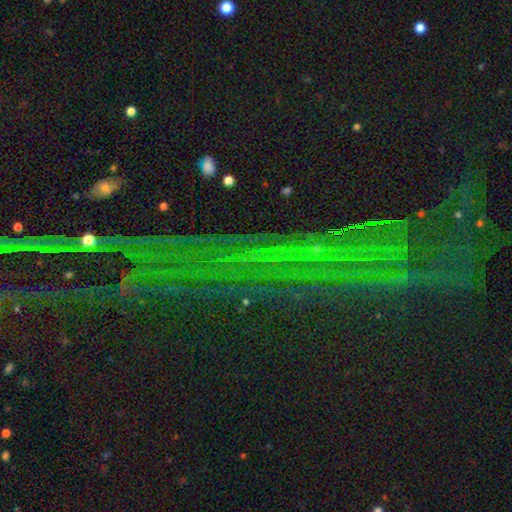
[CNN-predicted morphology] A star or artifact, not a galaxy (81%).

Vote fractions:
- Smooth or featured? star or artifact: 81% / featured or disk: 10% / smooth: 9%